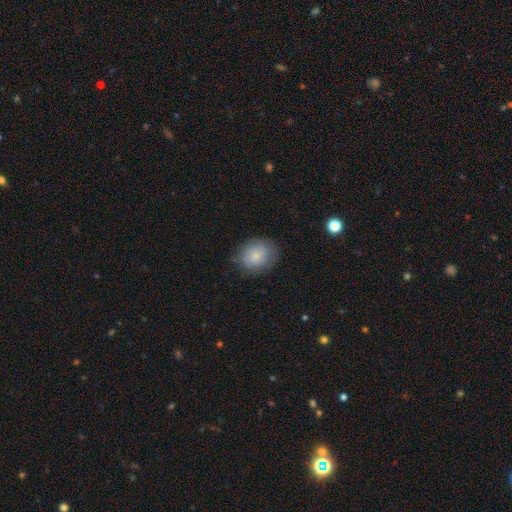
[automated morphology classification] Overall: smooth (81%). How rounded: round (59%; in between 40%). Merging: none (80%).